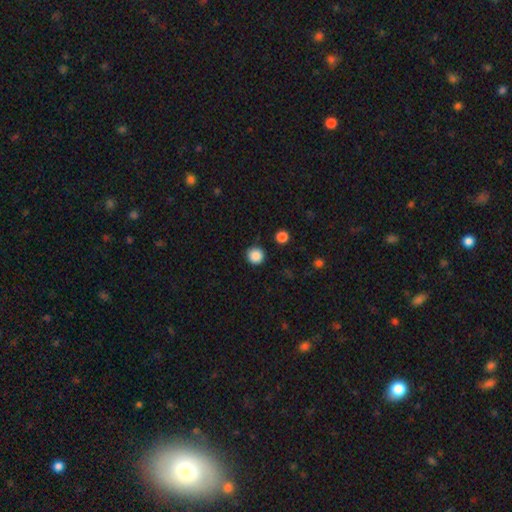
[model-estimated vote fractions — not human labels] A smooth galaxy with no disk features (88%) that is round (94%).

Vote fractions:
- Smooth or featured? smooth: 88% / star or artifact: 10% / featured or disk: 3%
- How rounded? round: 94% / in between: 5% / cigar-shaped: 1%
- Merging? none: 91% / minor disturbance: 6% / major disturbance: 2% / merger: 2%